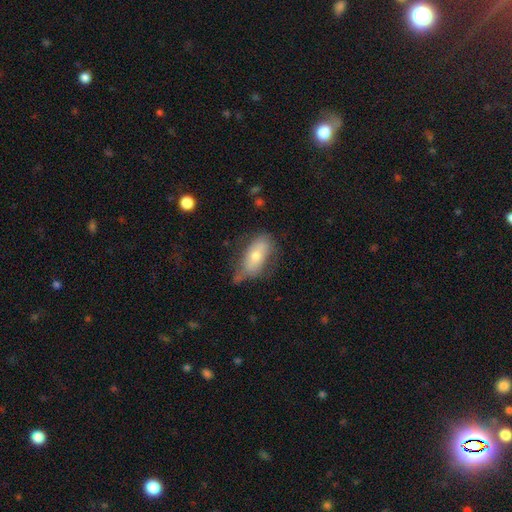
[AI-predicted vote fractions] This is likely a smooth galaxy (63%). How rounded: clearly in between (86%). Merging: possibly none (51%).